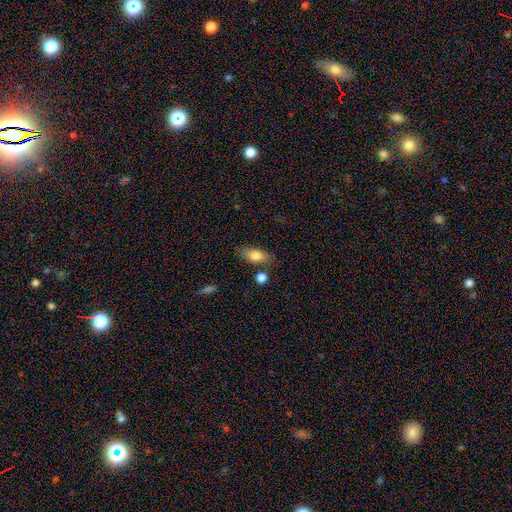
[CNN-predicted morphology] Q: Smooth or featured?
A: smooth (80%); runner-up: featured or disk (13%)
Q: How rounded?
A: in between (84%); runner-up: cigar-shaped (11%)
Q: Merging?
A: none (75%); runner-up: minor disturbance (14%)